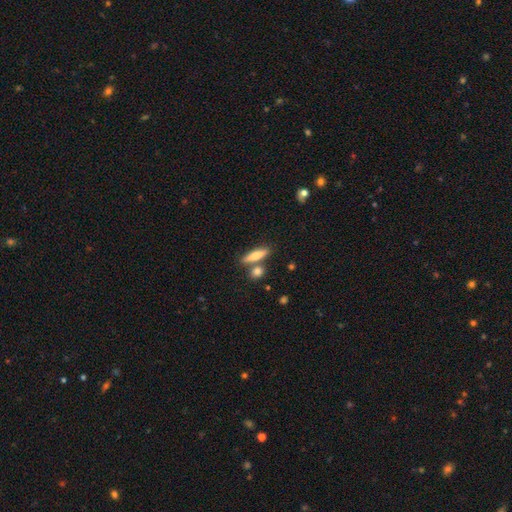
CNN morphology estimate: Q: Smooth or featured?
A: smooth (74%); runner-up: featured or disk (20%)
Q: How rounded?
A: cigar-shaped (66%); runner-up: in between (30%)
Q: Merging?
A: none (68%); runner-up: merger (18%)